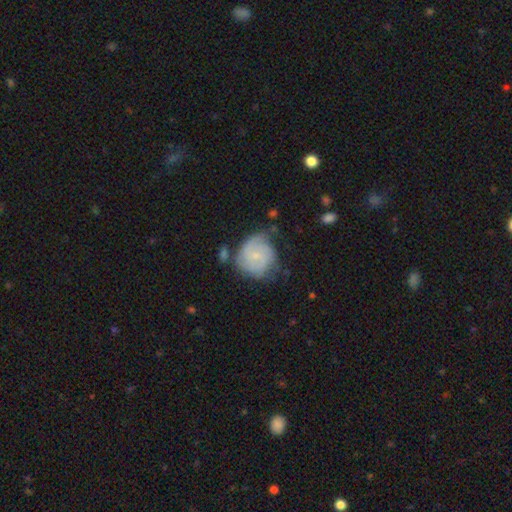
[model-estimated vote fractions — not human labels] The model was most divided on "spiral arm count": can't tell: 35%, 2: 30%, 3: 20%, 1: 6%, 4: 5%, more than 4: 4%. More confident: edge-on disk — no (98%); spiral arms — yes (87%); bulge size — small (75%); bar — no (68%); smooth or featured — featured or disk (60%); spiral winding — tight (58%); merging — none (53%).